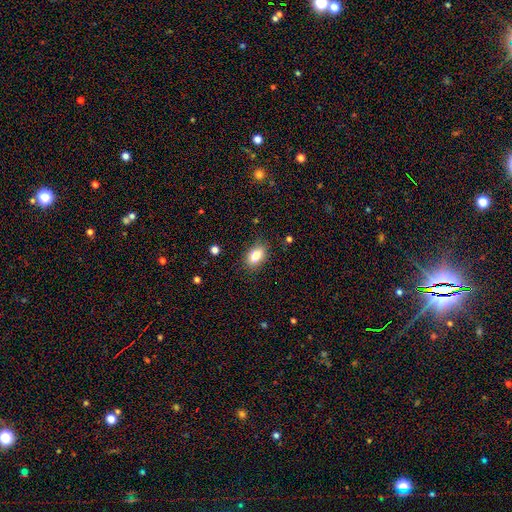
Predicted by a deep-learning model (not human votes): A smooth galaxy with no disk features (83%) that is in between round and cigar-shaped (86%).

Vote fractions:
- Smooth or featured? smooth: 83% / star or artifact: 9% / featured or disk: 8%
- How rounded? in between: 86% / round: 12% / cigar-shaped: 2%
- Merging? none: 84% / minor disturbance: 12% / major disturbance: 3% / merger: 1%